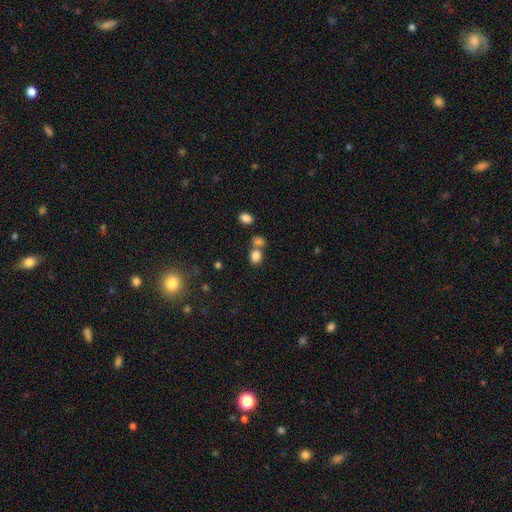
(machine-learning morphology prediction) The model was most divided on "merging": none: 49%, merger: 38%, minor disturbance: 9%, major disturbance: 4%. More confident: smooth or featured — smooth (81%); how rounded — round (57%).